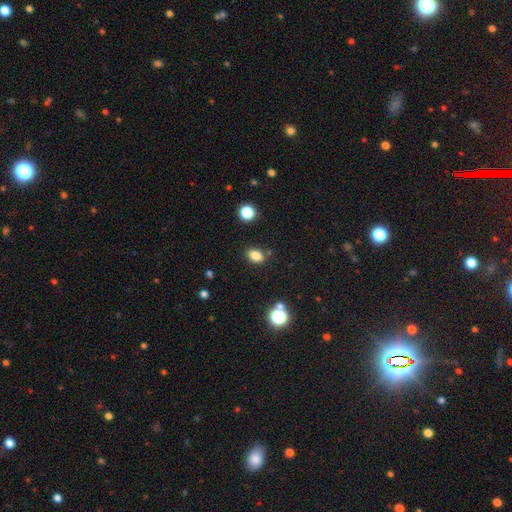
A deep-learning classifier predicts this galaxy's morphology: Smooth or featured?
  - smooth: 82% *
  - star or artifact: 13%
  - featured or disk: 5%
How rounded?
  - in between: 71% *
  - round: 27%
  - cigar-shaped: 1%
Merging?
  - none: 82% *
  - minor disturbance: 11%
  - merger: 4%
  - major disturbance: 3%